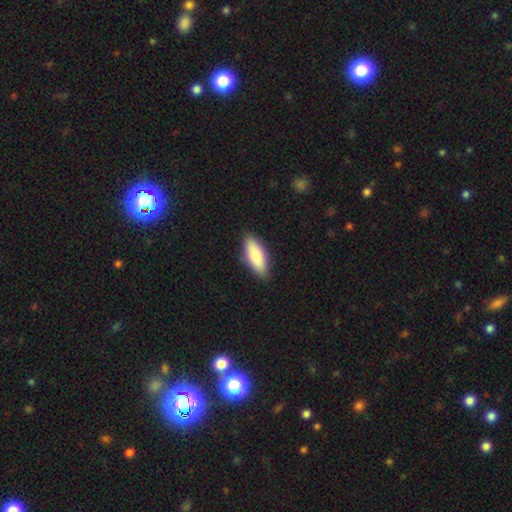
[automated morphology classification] This is clearly a smooth galaxy (83%). How rounded: likely in between (72%). Merging: clearly none (86%).